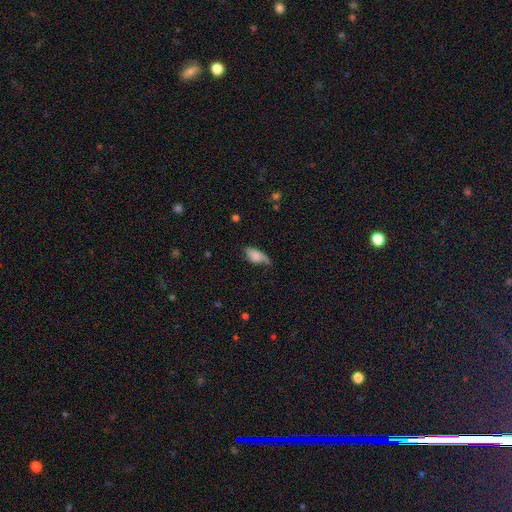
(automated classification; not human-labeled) smooth 66%, featured or disk 26%, star or artifact 8%. Down the decision tree: how rounded — in between (88%); merging — minor disturbance (39%).